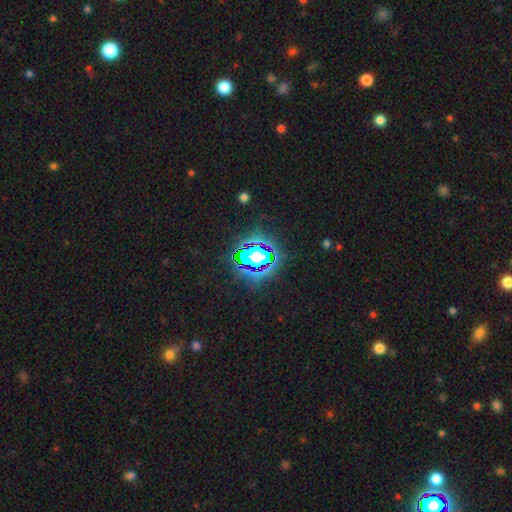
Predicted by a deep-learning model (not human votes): star or artifact 79%, smooth 13%, featured or disk 8%.